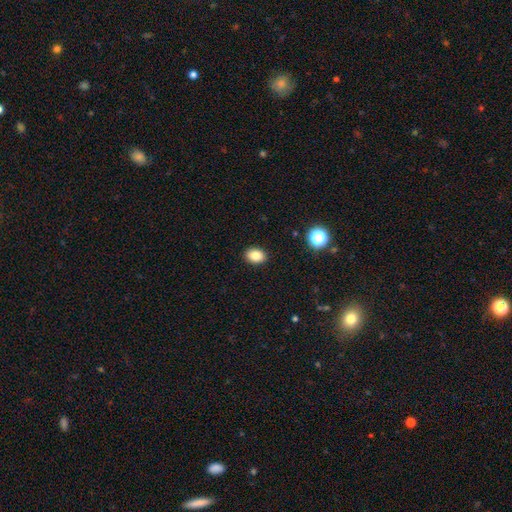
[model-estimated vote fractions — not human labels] Morphology: type=smooth (83%); roundness=in between (65%); merging=none (91%).